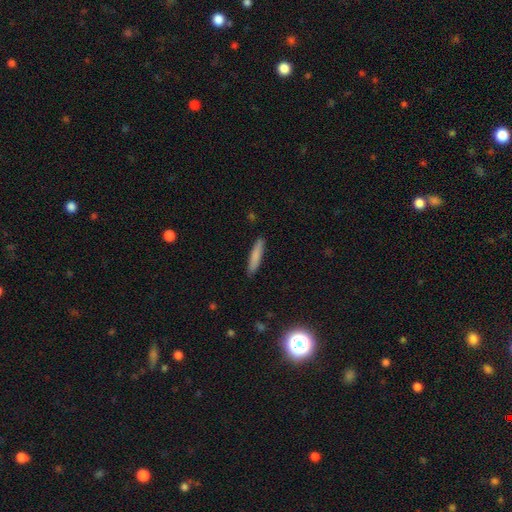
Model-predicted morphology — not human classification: A smooth galaxy with no disk features (82%) that is cigar-shaped (89%). Merging: none (89%).